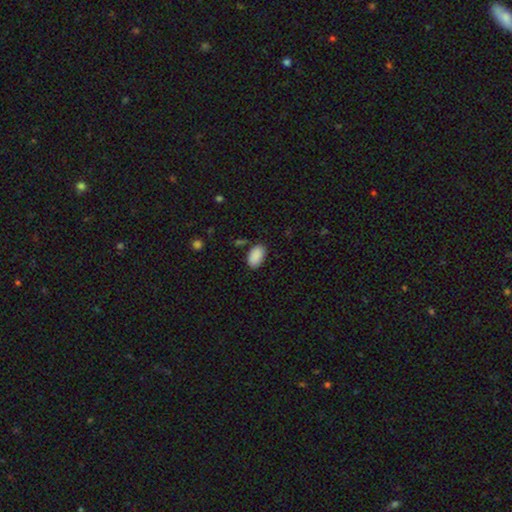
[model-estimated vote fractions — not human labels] Q: Smooth or featured?
A: smooth (90%); runner-up: star or artifact (7%)
Q: How rounded?
A: in between (94%); runner-up: round (4%)
Q: Merging?
A: none (80%); runner-up: minor disturbance (13%)